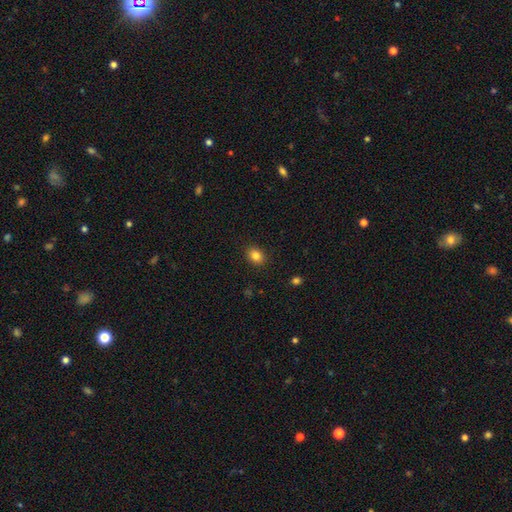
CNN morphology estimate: The model was most divided on "how rounded": in between: 56%, round: 43%, cigar-shaped: 1%. More confident: merging — none (89%); smooth or featured — smooth (84%).